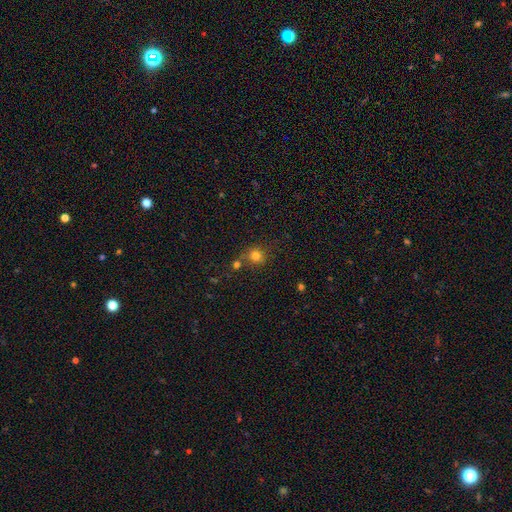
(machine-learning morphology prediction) smooth 79%, star or artifact 15%, featured or disk 7%. Down the decision tree: how rounded — round (88%); merging — none (66%).